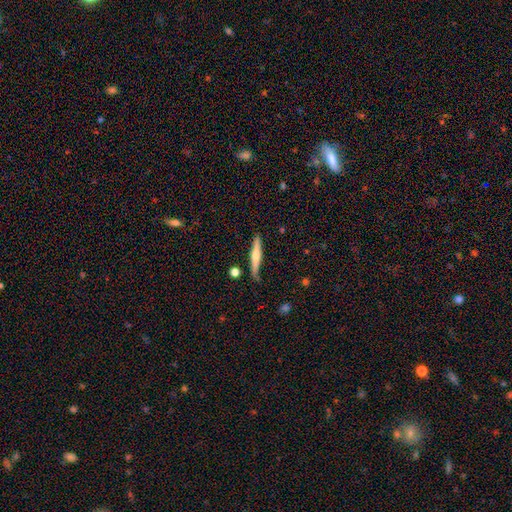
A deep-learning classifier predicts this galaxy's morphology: featured or disk 52%, smooth 42%, star or artifact 6%. Down the decision tree: edge-on disk — yes (95%); merging — none (79%).